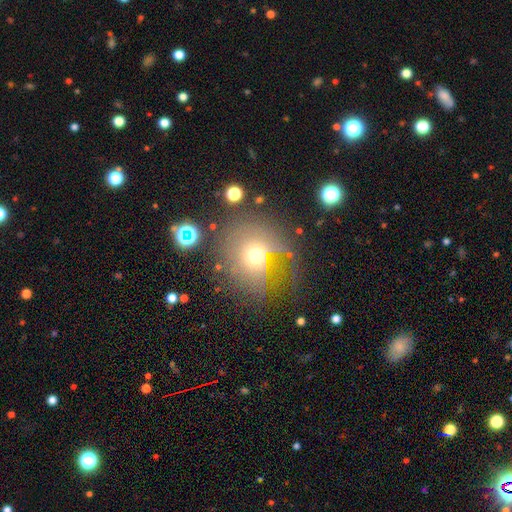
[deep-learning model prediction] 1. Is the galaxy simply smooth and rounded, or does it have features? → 51% smooth, 27% featured or disk, 21% star or artifact.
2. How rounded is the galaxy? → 75% round, 24% in between, 1% cigar-shaped.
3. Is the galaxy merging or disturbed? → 52% none, 23% major disturbance, 20% minor disturbance, 5% merger.